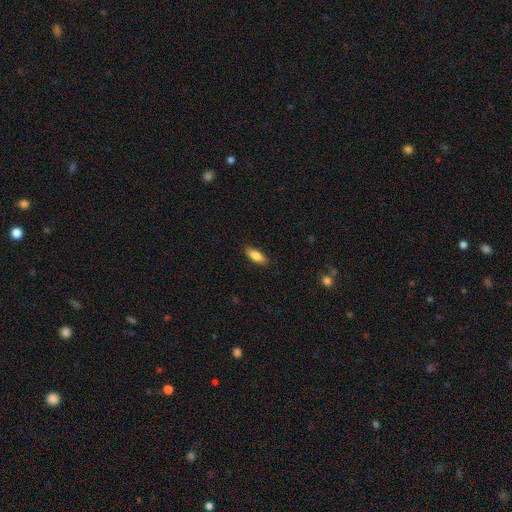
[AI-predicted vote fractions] Smooth or featured?
  - smooth: 83% *
  - featured or disk: 11%
  - star or artifact: 6%
How rounded?
  - in between: 67% *
  - cigar-shaped: 31%
  - round: 2%
Merging?
  - none: 88% *
  - minor disturbance: 9%
  - major disturbance: 2%
  - merger: 1%